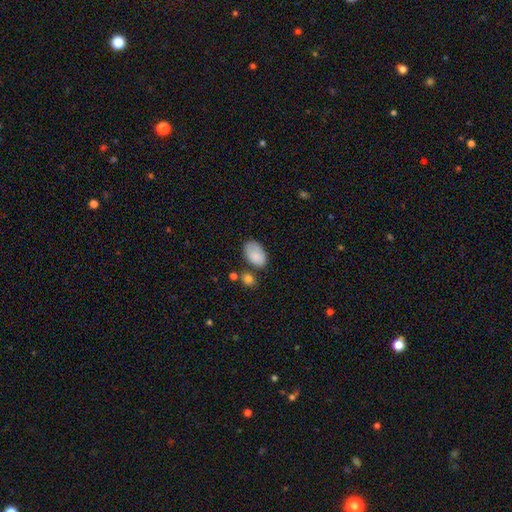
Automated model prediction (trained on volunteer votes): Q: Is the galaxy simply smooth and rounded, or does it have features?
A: smooth — 84%.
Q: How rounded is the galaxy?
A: in between — 93%.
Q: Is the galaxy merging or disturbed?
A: none — 62%.